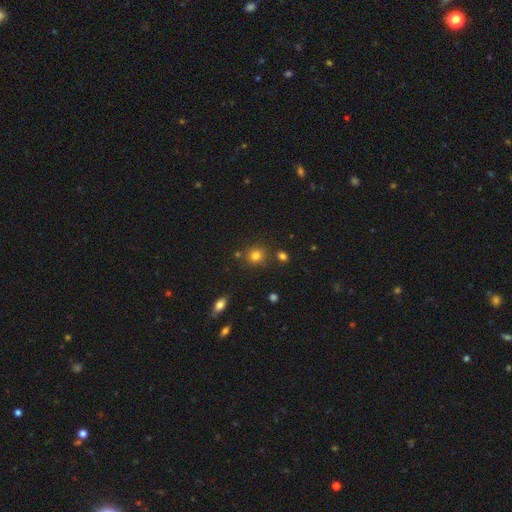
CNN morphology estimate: Smooth or featured? smooth (79%)
How rounded? round (86%)
Merging? none (81%)